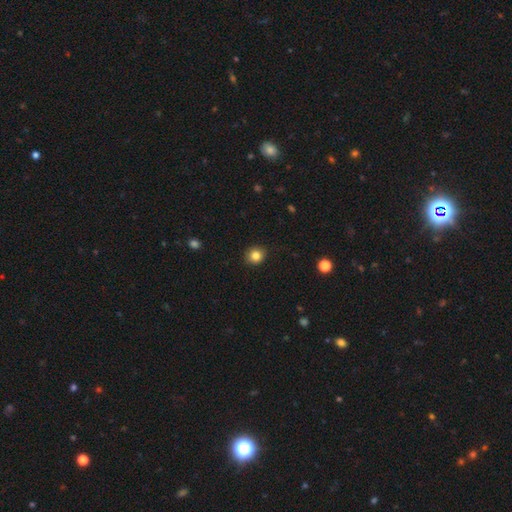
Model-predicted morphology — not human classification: Smooth or featured? Predicted: smooth (p=0.83). How rounded? Predicted: round (p=0.84). Merging? Predicted: none (p=0.89).